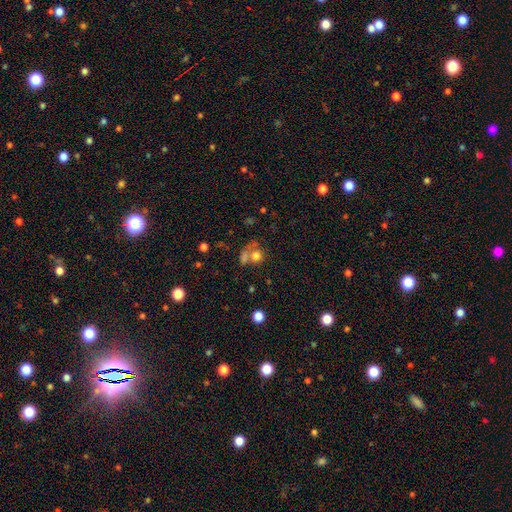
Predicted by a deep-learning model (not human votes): This appears to be a smooth galaxy with no disk features (69%) that is round (75%). Merging: merger (42%).